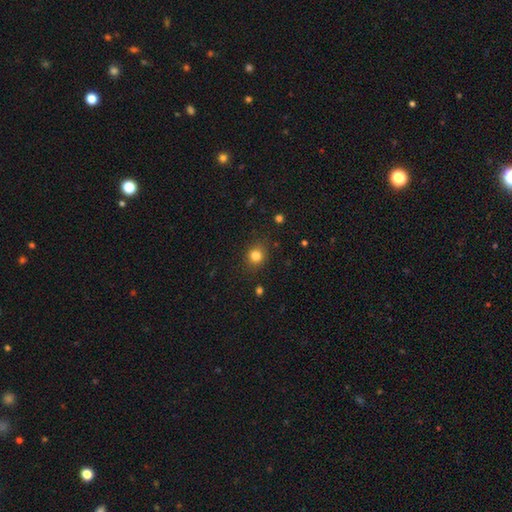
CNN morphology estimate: smooth-or-featured: smooth: 82% | star or artifact: 13% | featured or disk: 6%
  how-rounded: round: 77% | in between: 22% | cigar-shaped: 1%
  merging: none: 86% | minor disturbance: 10% | major disturbance: 3% | merger: 1%